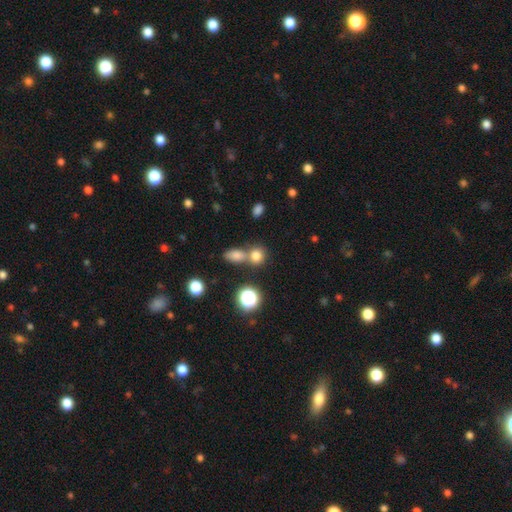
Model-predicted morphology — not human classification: smooth 76%, star or artifact 16%, featured or disk 8%. Down the decision tree: how rounded — round (72%); merging — none (51%).